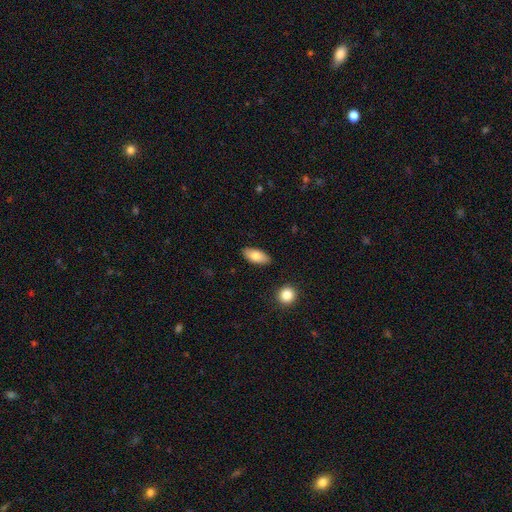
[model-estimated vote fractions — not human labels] Q: Smooth or featured?
A: smooth (81%); runner-up: featured or disk (13%)
Q: How rounded?
A: in between (88%); runner-up: cigar-shaped (10%)
Q: Merging?
A: none (86%); runner-up: minor disturbance (10%)